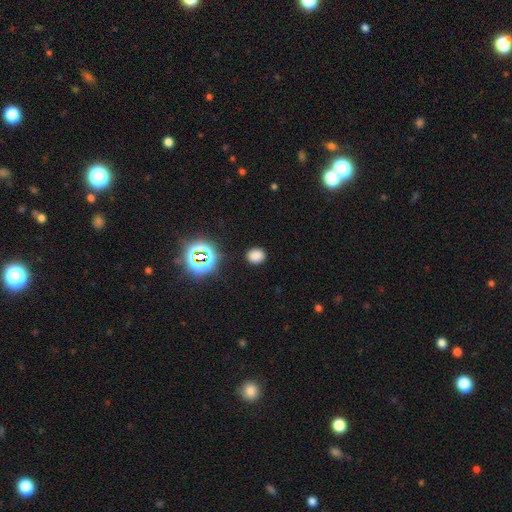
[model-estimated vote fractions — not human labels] This is likely a smooth galaxy (76%). How rounded: likely round (61%). Merging: clearly none (88%).